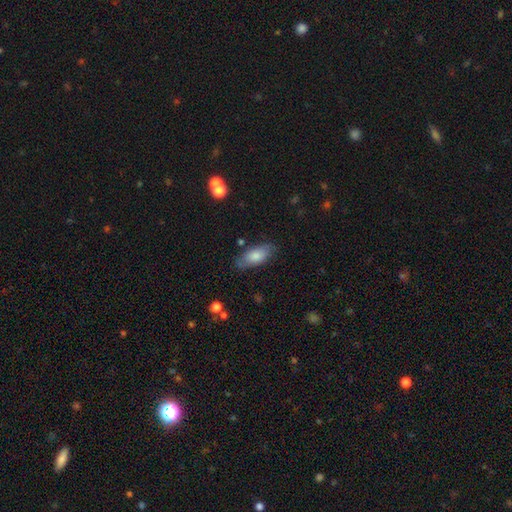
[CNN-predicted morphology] Smooth or featured? Predicted: smooth (p=0.76). How rounded? Predicted: in between (p=0.87). Merging? Predicted: none (p=0.76).